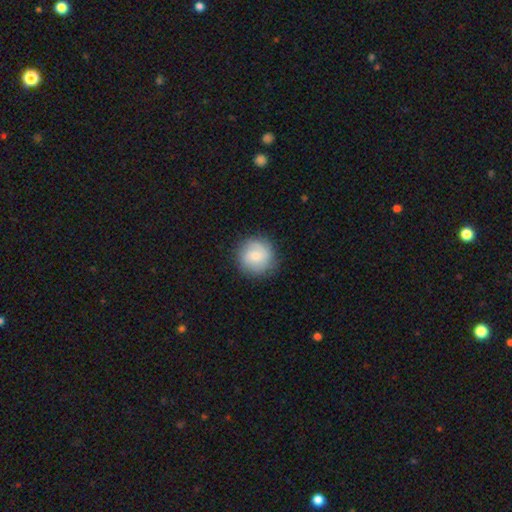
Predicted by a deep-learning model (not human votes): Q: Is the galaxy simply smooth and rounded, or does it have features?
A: smooth — 60%.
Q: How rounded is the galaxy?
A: round — 94%.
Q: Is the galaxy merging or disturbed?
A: none — 84%.